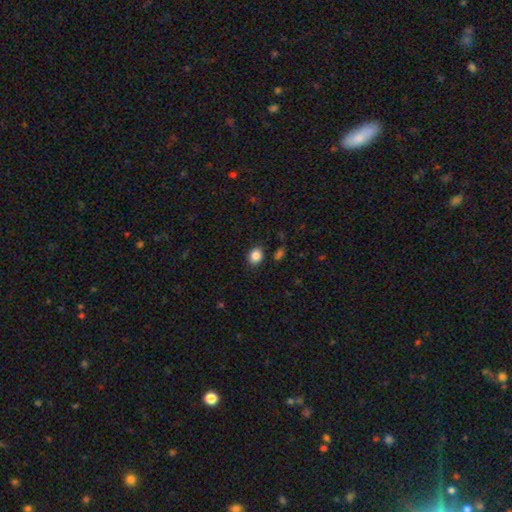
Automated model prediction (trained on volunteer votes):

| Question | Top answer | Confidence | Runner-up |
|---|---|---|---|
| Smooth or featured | smooth | 86% | star or artifact (10%) |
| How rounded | in between | 51% | round (48%) |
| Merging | none | 86% | minor disturbance (10%) |